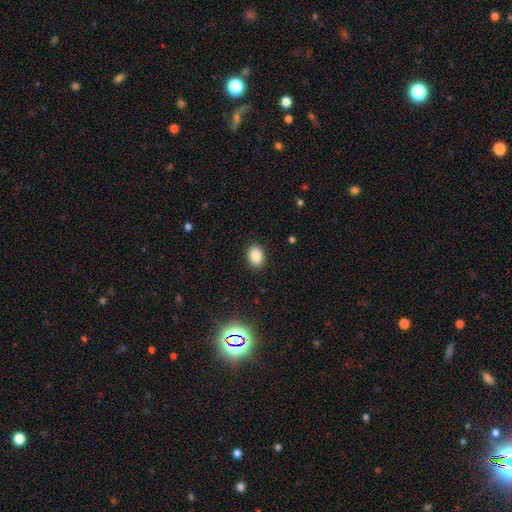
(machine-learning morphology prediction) Smooth or featured? smooth (87%)
How rounded? in between (76%)
Merging? none (89%)